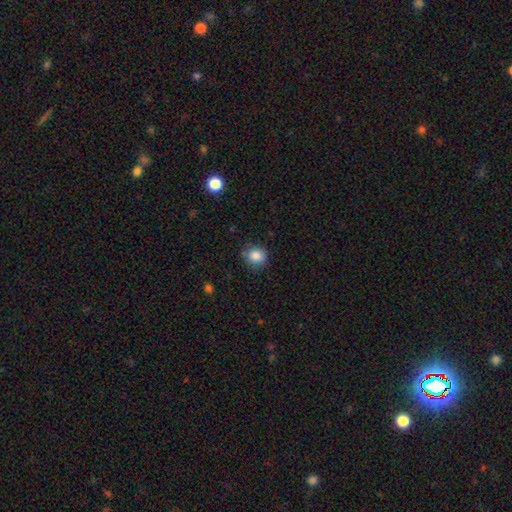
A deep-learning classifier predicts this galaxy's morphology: Overall: smooth (85%). How rounded: round (82%). Merging: none (78%).